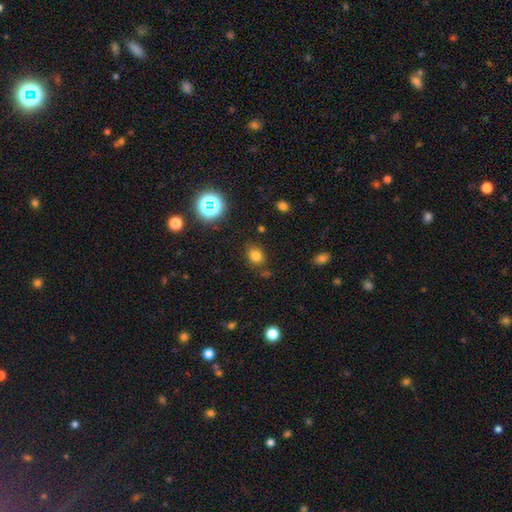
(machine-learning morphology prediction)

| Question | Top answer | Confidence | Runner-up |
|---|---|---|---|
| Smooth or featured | smooth | 75% | star or artifact (18%) |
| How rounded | round | 57% | in between (42%) |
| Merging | none | 80% | minor disturbance (12%) |